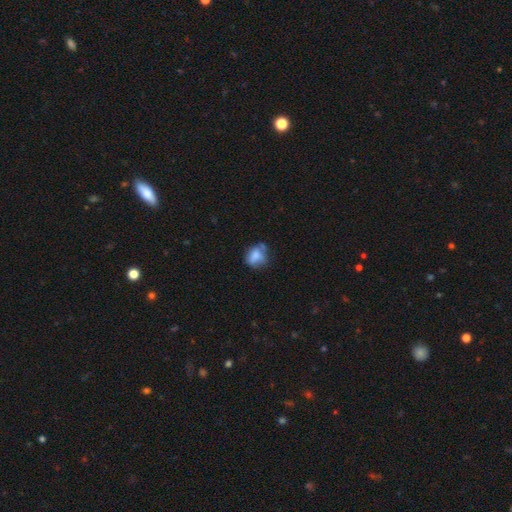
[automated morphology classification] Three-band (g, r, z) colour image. It shows a smooth galaxy with no disk features (70%) that is round (54%). Merging: none (47%).